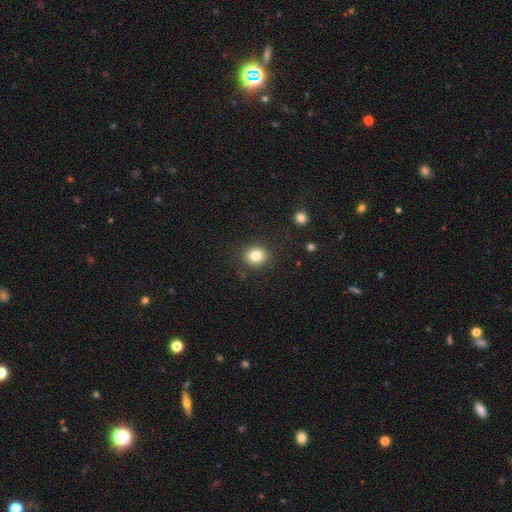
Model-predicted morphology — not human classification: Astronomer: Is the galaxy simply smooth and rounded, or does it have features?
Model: smooth — 82%.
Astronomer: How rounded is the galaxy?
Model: round — 75%.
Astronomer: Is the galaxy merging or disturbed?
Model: none — 88%.